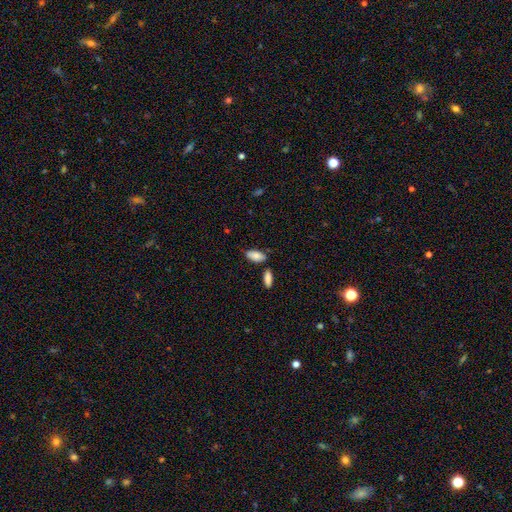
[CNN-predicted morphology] Overall: smooth (85%). How rounded: in between (89%). Merging: none (71%).